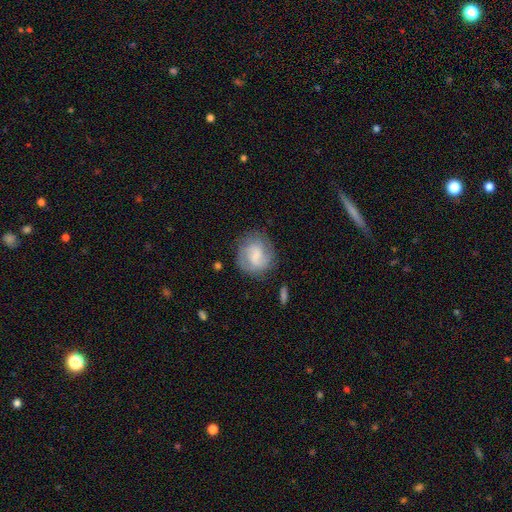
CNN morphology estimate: type=featured or disk (50%); edge-on=no (97%); merging=none (69%).